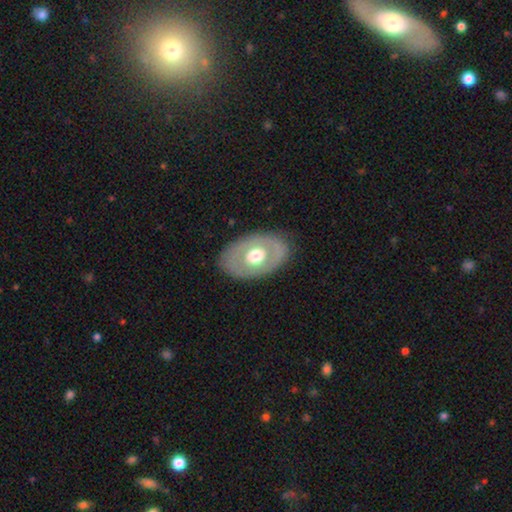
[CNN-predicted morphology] This is possibly a featured or disk galaxy (49%). Merging: clearly none (83%).